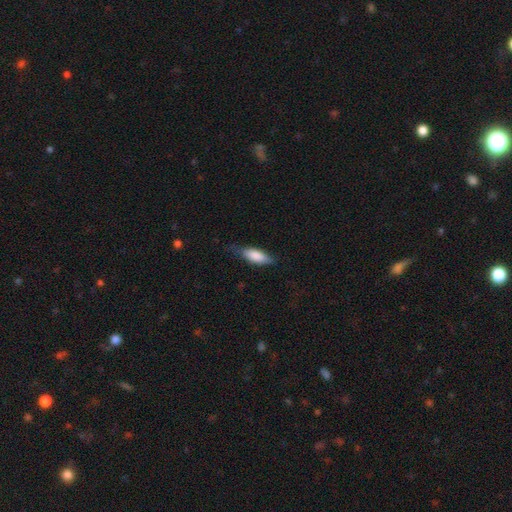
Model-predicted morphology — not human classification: A smooth galaxy with no disk features (80%) that is in between round and cigar-shaped (70%).

Vote fractions:
- Smooth or featured? smooth: 80% / featured or disk: 14% / star or artifact: 6%
- How rounded? in between: 70% / cigar-shaped: 28% / round: 2%
- Merging? none: 64% / minor disturbance: 27% / major disturbance: 7% / merger: 1%